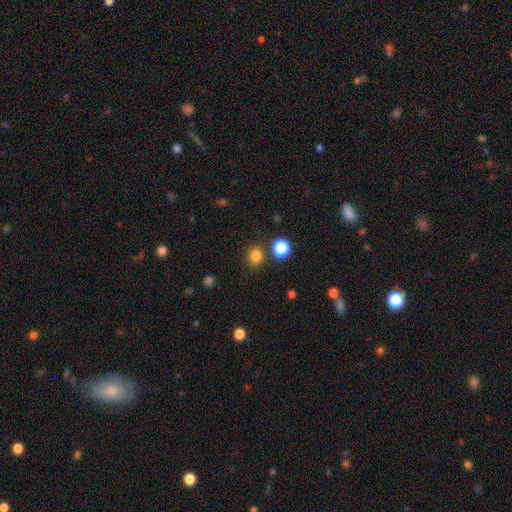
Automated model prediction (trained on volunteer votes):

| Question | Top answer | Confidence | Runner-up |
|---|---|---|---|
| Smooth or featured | smooth | 81% | star or artifact (15%) |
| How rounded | round | 78% | in between (21%) |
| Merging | none | 83% | minor disturbance (8%) |